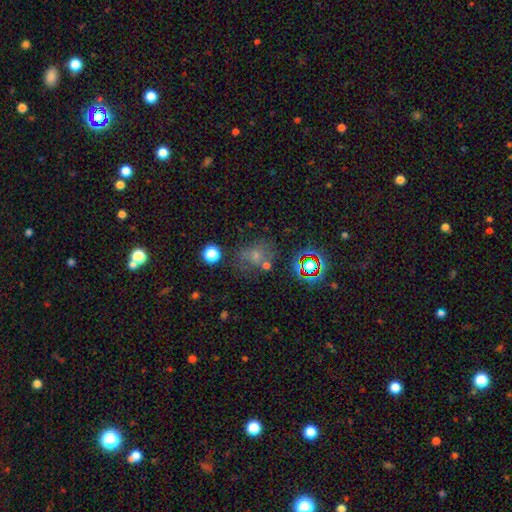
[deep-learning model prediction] Overall: smooth (51%; star or artifact 30%). How rounded: round (61%; in between 37%). Merging: none (53%; minor disturbance 20%).